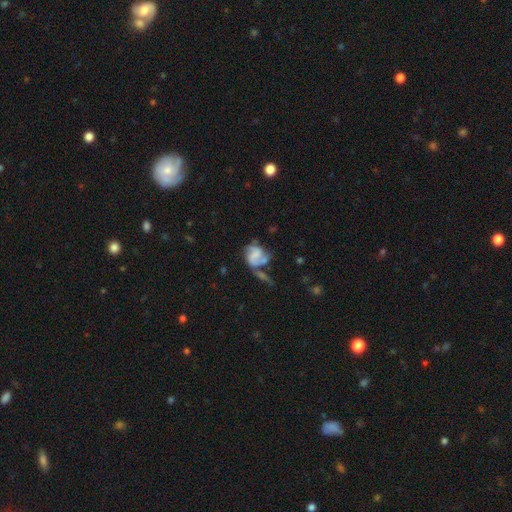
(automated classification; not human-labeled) Overall: featured or disk (62%; smooth 29%). Edge-on disk: no (97%). Bar: no (52%; weak 35%). Spiral arms: yes (84%). Spiral arm count: 2 (72%). Spiral winding: medium (44%; loose 31%). Bulge size: none (51%; small 26%). Merging: none (33%; merger 24%).